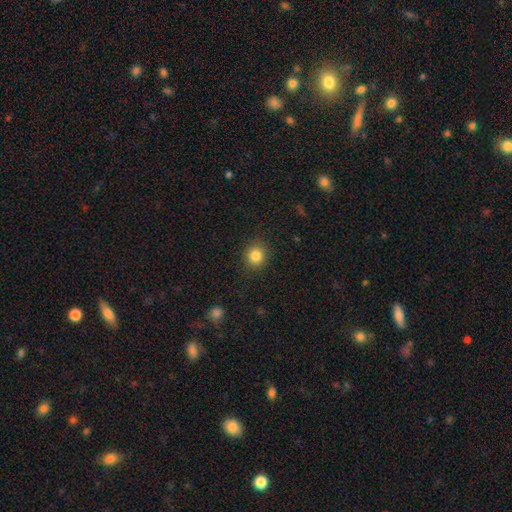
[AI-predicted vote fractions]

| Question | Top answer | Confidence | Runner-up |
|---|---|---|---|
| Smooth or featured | smooth | 84% | star or artifact (10%) |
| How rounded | round | 87% | in between (12%) |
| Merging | none | 89% | minor disturbance (7%) |